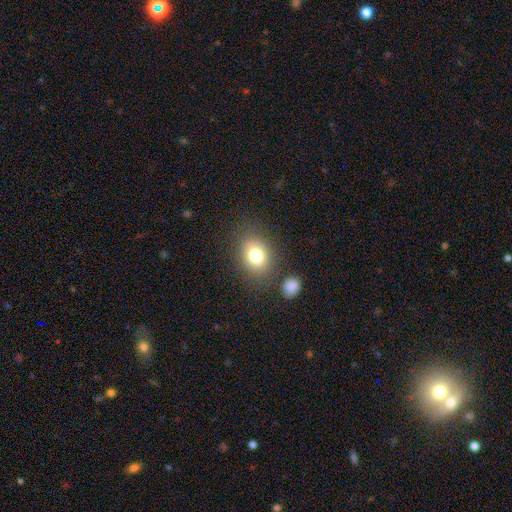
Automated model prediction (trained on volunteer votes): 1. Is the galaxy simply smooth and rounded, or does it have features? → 78% smooth, 11% star or artifact, 11% featured or disk.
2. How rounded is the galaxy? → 54% in between, 45% round, 1% cigar-shaped.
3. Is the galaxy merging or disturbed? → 77% none, 12% minor disturbance, 6% merger, 5% major disturbance.